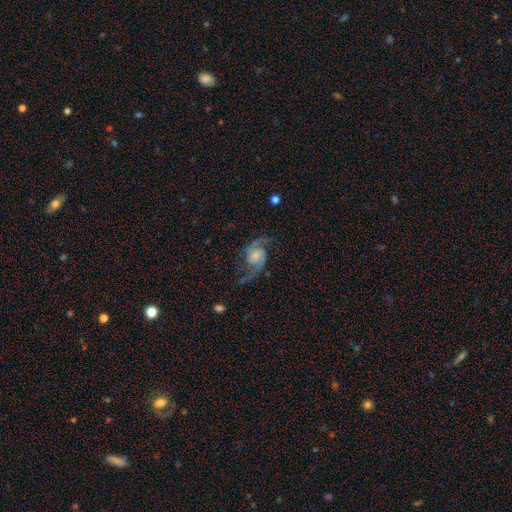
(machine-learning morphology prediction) Smooth or featured? featured or disk (89%)
Edge-on disk? no (98%)
Bar? no (63%)
Spiral arms? yes (98%)
Spiral winding? loose (49%)
Spiral arm count? 2 (94%)
Bulge size? small (37%)
Merging? none (73%)